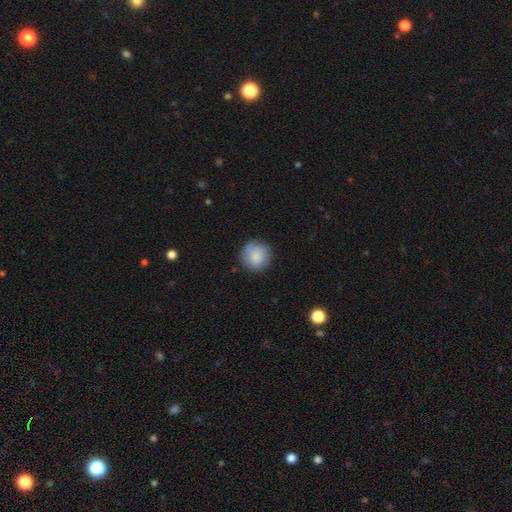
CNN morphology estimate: type=smooth (82%); roundness=round (92%); merging=none (78%).